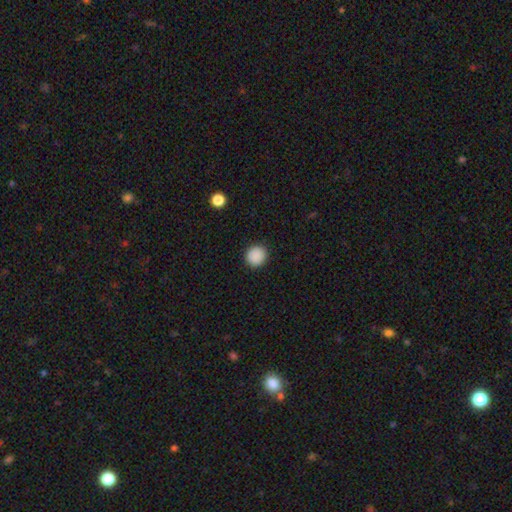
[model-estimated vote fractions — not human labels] Smooth or featured: smooth — 89% (star or artifact — 9%)
How rounded: round — 91% (in between — 8%)
Merging: none — 92% (minor disturbance — 5%)